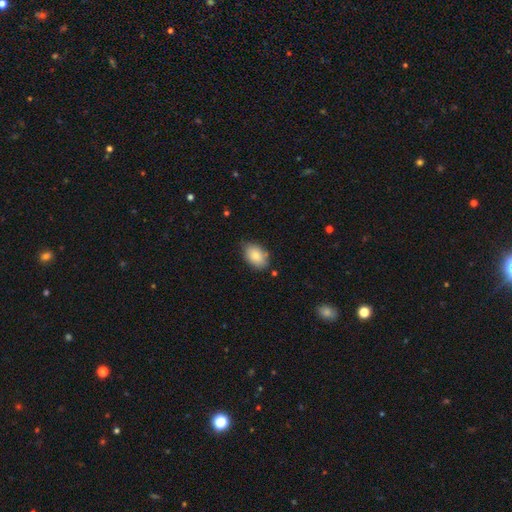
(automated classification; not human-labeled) smooth-or-featured: smooth: 84% | featured or disk: 9% | star or artifact: 7%
  how-rounded: in between: 87% | round: 12% | cigar-shaped: 1%
  merging: none: 74% | minor disturbance: 20% | major disturbance: 3% | merger: 3%